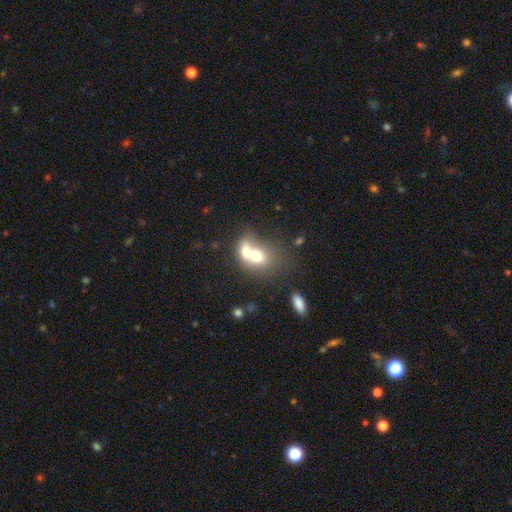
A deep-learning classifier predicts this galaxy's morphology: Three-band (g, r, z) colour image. It shows a smooth galaxy with no disk features (65%) that is in between round and cigar-shaped (52%). Merging: merger (72%).